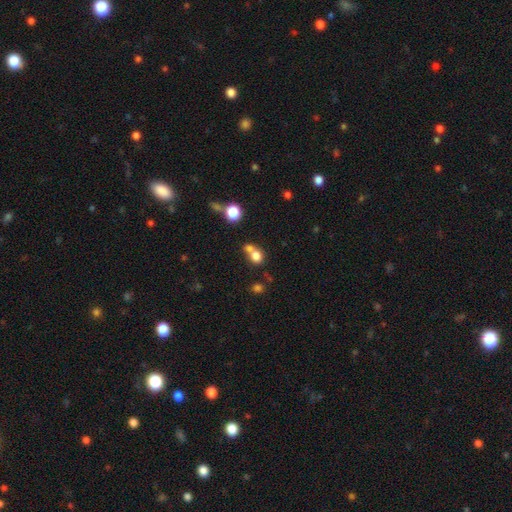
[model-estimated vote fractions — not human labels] Smooth or featured? smooth (76%)
How rounded? round (74%)
Merging? merger (49%)